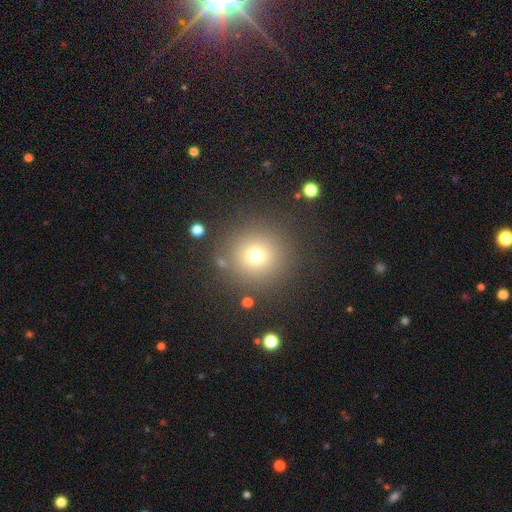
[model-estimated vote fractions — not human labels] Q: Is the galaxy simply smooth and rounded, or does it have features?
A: smooth — 70%.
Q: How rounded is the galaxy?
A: round — 95%.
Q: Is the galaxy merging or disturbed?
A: none — 86%.